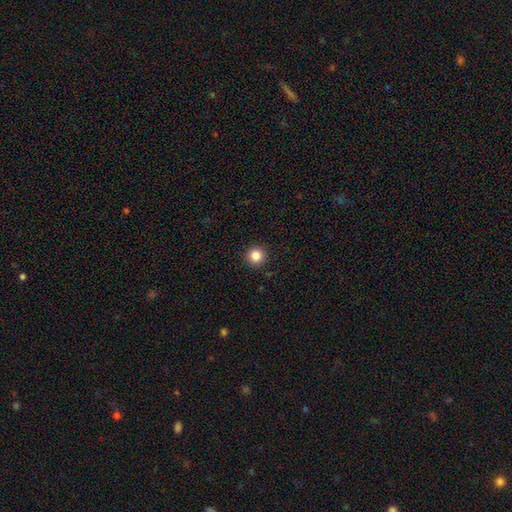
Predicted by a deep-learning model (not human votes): This appears to be a smooth galaxy with no disk features (85%) that is round (96%). Merging: none (92%).